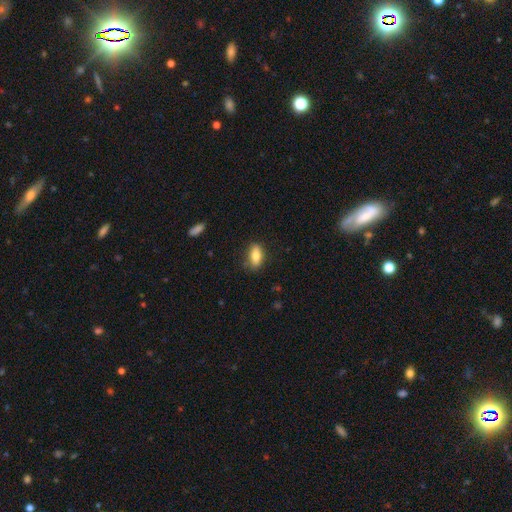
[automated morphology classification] smooth-or-featured: smooth: 80% | featured or disk: 12% | star or artifact: 8%
  how-rounded: in between: 82% | cigar-shaped: 13% | round: 5%
  merging: none: 78% | minor disturbance: 17% | major disturbance: 4% | merger: 2%